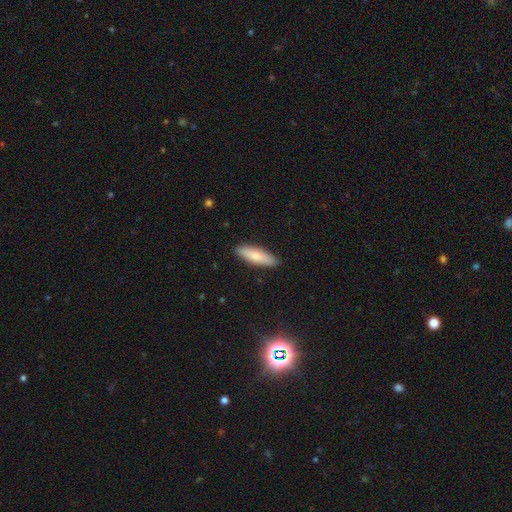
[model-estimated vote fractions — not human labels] smooth-or-featured: smooth: 74% | featured or disk: 20% | star or artifact: 6%
  how-rounded: cigar-shaped: 57% | in between: 41% | round: 2%
  merging: none: 89% | minor disturbance: 9% | major disturbance: 2% | merger: 1%